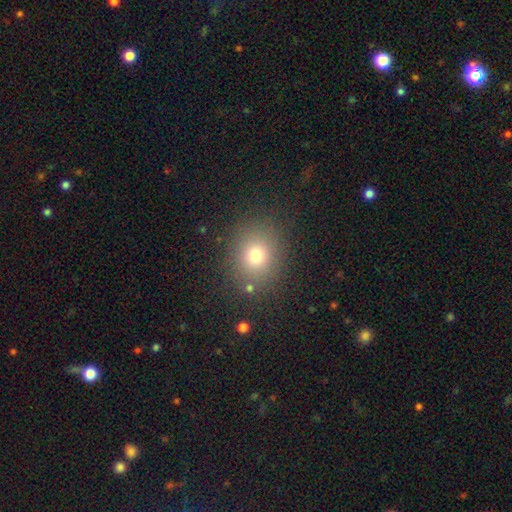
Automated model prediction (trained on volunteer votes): Morphology: type=smooth (74%); roundness=round (72%); merging=none (85%).